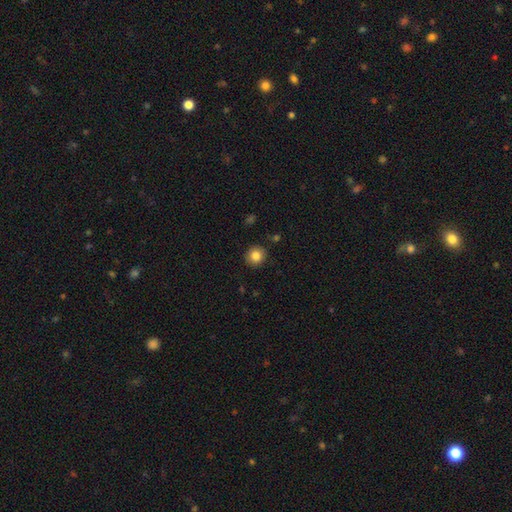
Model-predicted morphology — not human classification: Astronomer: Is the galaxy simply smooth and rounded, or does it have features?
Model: smooth — 84%.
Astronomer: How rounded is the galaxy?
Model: round — 89%.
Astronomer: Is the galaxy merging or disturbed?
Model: none — 90%.